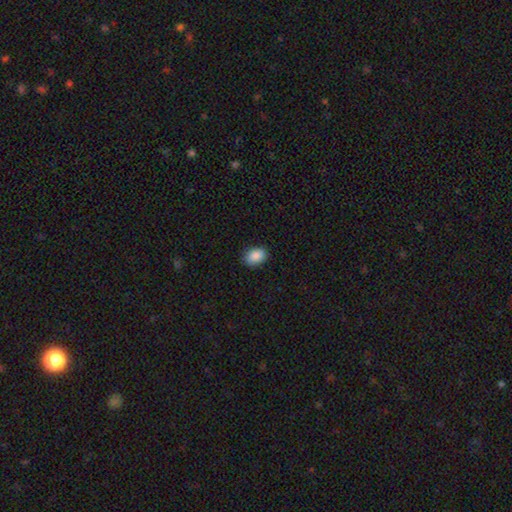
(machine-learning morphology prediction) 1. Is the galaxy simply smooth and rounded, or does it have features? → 88% smooth, 8% star or artifact, 4% featured or disk.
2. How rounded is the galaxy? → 75% in between, 24% round, 1% cigar-shaped.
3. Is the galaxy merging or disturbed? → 86% none, 11% minor disturbance, 2% major disturbance, 1% merger.